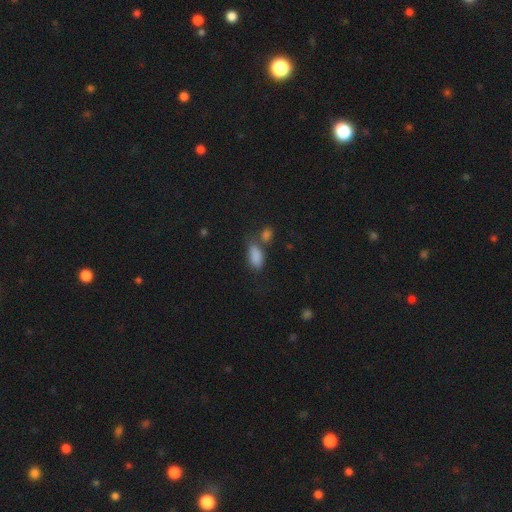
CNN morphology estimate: smooth 85%, star or artifact 9%, featured or disk 6%. Down the decision tree: how rounded — in between (89%); merging — none (41%).